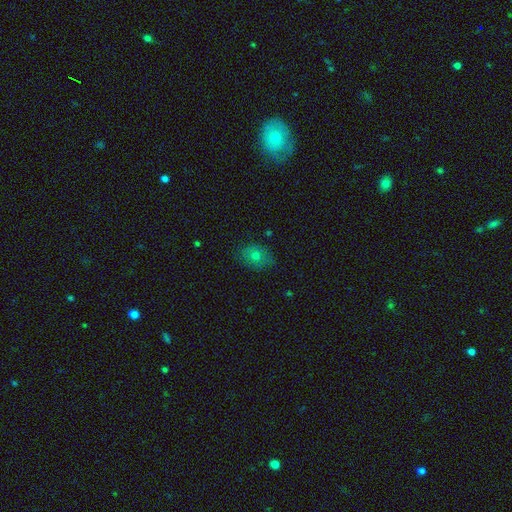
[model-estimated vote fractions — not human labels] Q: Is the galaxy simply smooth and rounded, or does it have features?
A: smooth — 68%.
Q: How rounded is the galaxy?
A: in between — 57%.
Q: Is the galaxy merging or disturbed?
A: none — 78%.